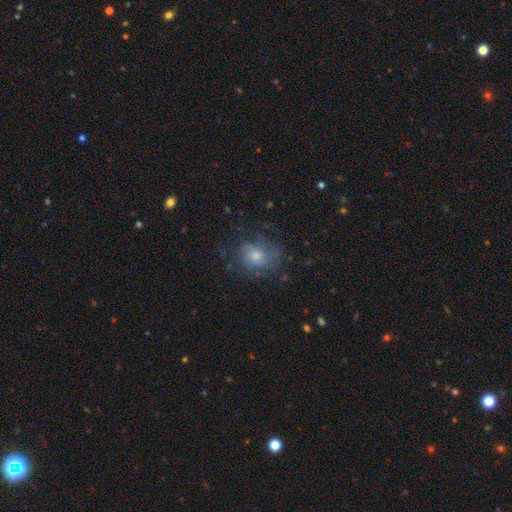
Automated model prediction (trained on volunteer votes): Overall: smooth (45%; featured or disk 40%). Merging: none (62%).